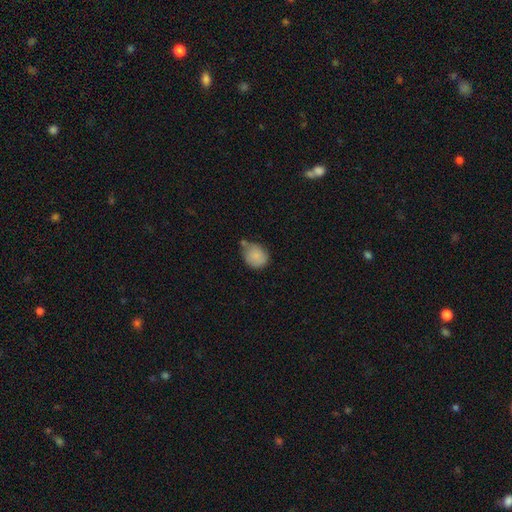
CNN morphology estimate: A smooth galaxy with no disk features (84%) that is round (61%). Merging: none (50%).